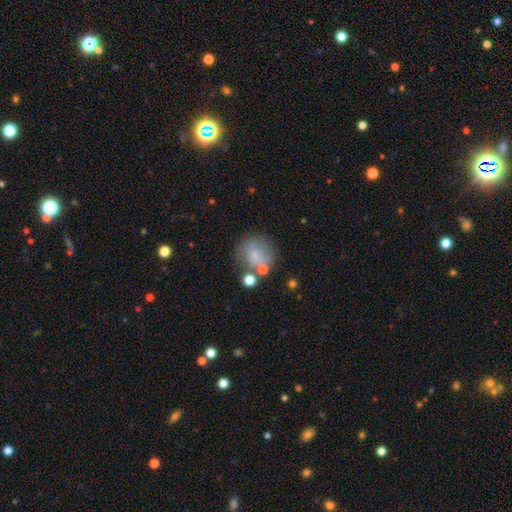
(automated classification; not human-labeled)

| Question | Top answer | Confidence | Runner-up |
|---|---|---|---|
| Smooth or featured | smooth | 69% | featured or disk (19%) |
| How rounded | round | 84% | in between (15%) |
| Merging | none | 57% | minor disturbance (18%) |